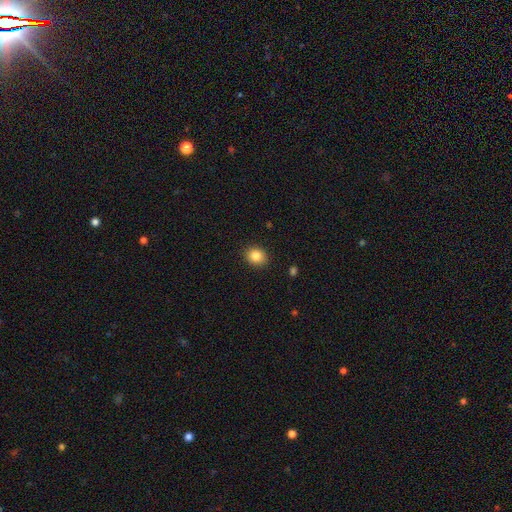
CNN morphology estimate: Smooth or featured? smooth (85%)
How rounded? round (66%)
Merging? none (90%)